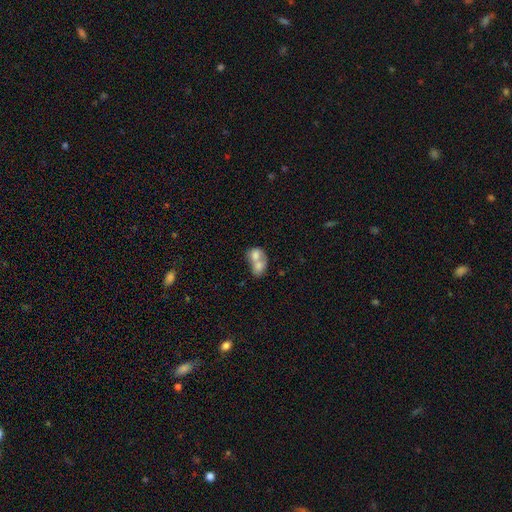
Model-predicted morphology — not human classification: Smooth or featured? Predicted: smooth (p=0.69). How rounded? Predicted: in between (p=0.64). Merging? Predicted: merger (p=0.78).